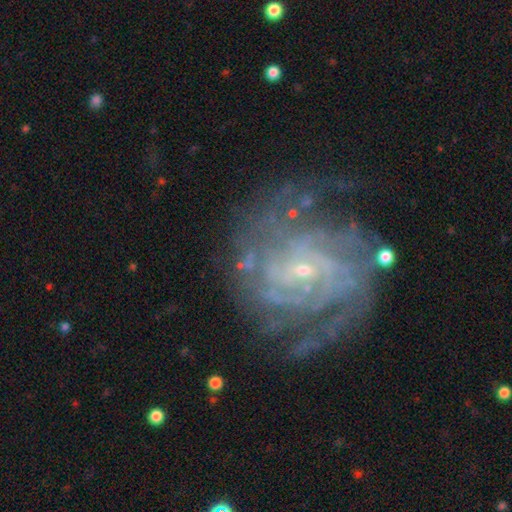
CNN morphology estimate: type=featured or disk (88%); edge-on=no (97%); bar=no (47%); spiral arms=yes (97%); winding=tight (66%); arm count=can't tell (29%); bulge=small (83%); merging=none (70%).